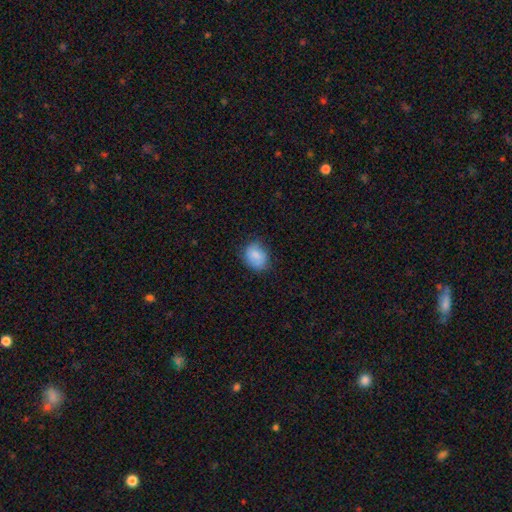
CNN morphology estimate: A smooth galaxy with no disk features (80%) that is round (54%). Merging: none (72%).